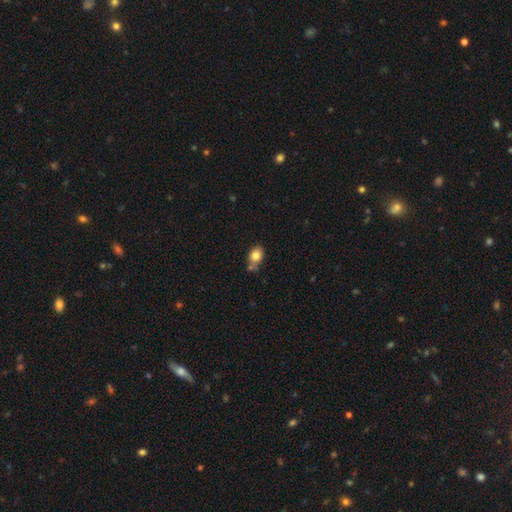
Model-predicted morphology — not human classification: smooth-or-featured: smooth: 81% | featured or disk: 10% | star or artifact: 10%
  how-rounded: in between: 62% | round: 37% | cigar-shaped: 1%
  merging: none: 56% | minor disturbance: 20% | merger: 19% | major disturbance: 5%